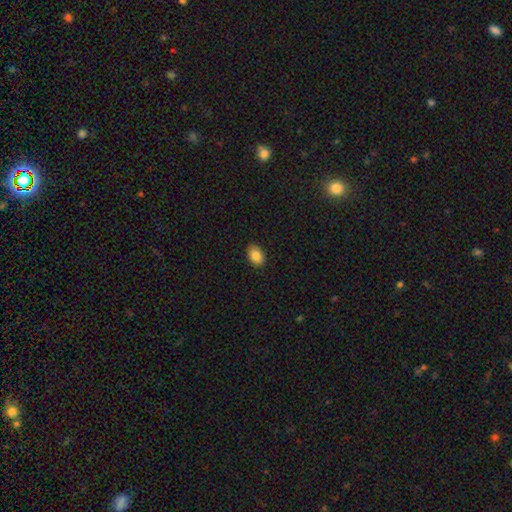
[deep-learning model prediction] This is clearly a smooth galaxy (86%). How rounded: clearly in between (84%). Merging: clearly none (86%).